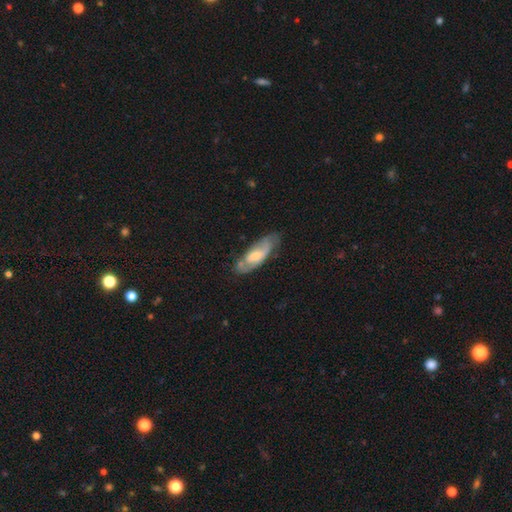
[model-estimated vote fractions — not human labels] This appears to be a featured or disk galaxy (53%). Merging: none (64%).